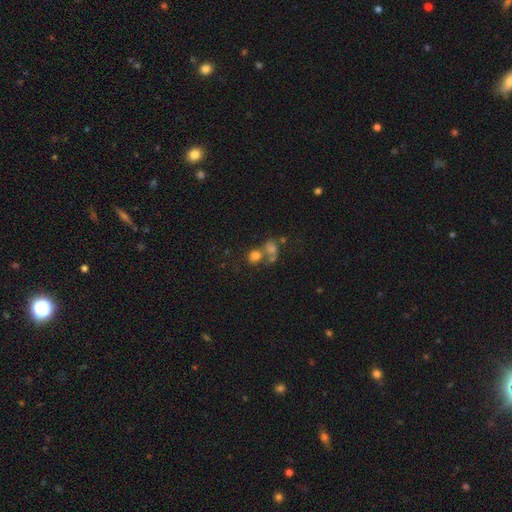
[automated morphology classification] Q: Smooth or featured?
A: smooth (72%); runner-up: star or artifact (16%)
Q: How rounded?
A: round (72%); runner-up: in between (27%)
Q: Merging?
A: merger (45%); runner-up: none (40%)